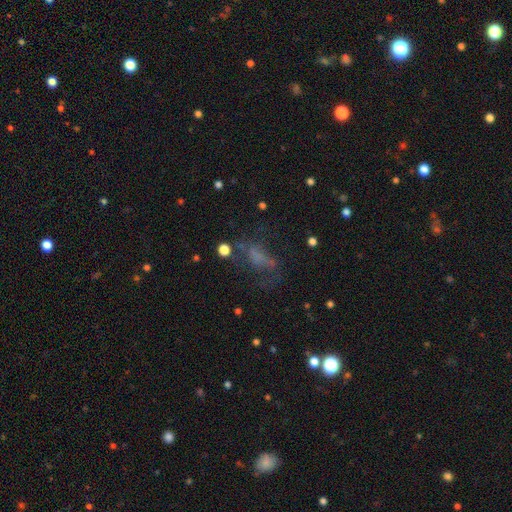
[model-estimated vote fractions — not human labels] Q: Smooth or featured?
A: smooth (41%); runner-up: featured or disk (33%)
Q: Merging?
A: none (42%); runner-up: major disturbance (33%)